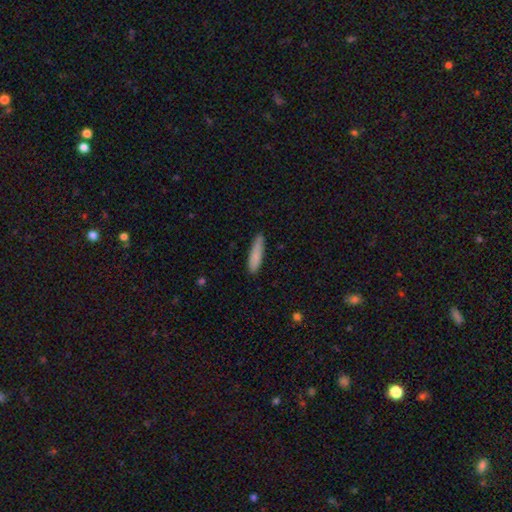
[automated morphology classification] smooth 85%, featured or disk 9%, star or artifact 6%. Down the decision tree: how rounded — cigar-shaped (82%); merging — none (82%).